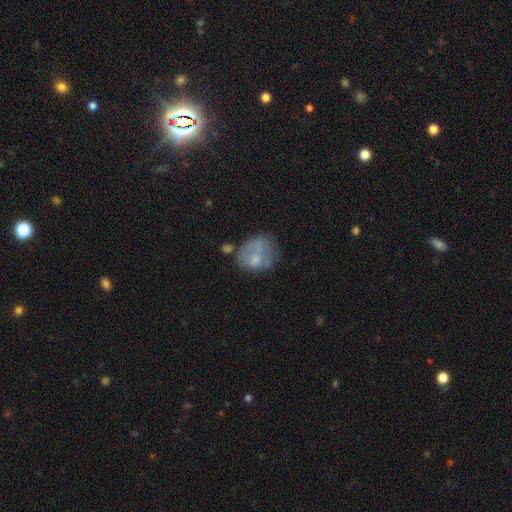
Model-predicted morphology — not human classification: Smooth or featured? Predicted: smooth (p=0.55). How rounded? Predicted: round (p=0.53). Merging? Predicted: none (p=0.39).